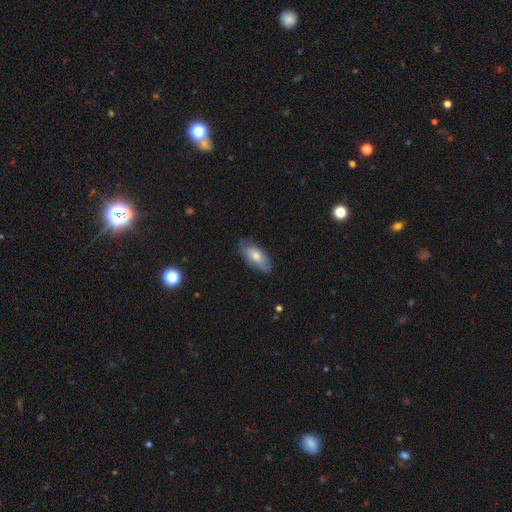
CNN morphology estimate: Smooth or featured: smooth — 61% (featured or disk — 31%)
How rounded: in between — 83% (cigar-shaped — 14%)
Merging: none — 76% (minor disturbance — 19%)